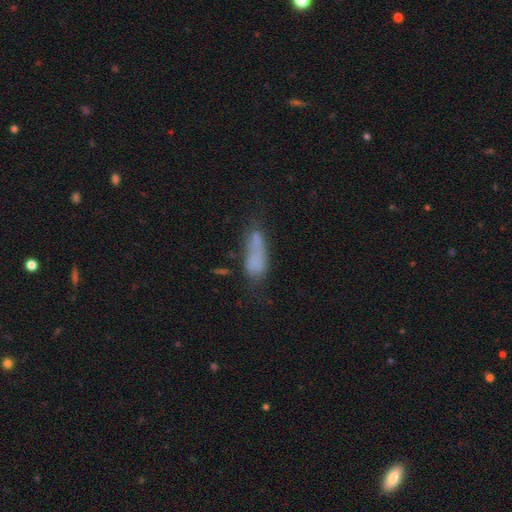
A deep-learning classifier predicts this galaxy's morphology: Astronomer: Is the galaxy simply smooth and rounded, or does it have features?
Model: smooth — 62%.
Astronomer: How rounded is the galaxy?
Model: in between — 58% (runner-up: cigar-shaped, 39%).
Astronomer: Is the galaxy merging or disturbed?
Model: none — 34% (runner-up: minor disturbance, 24%).